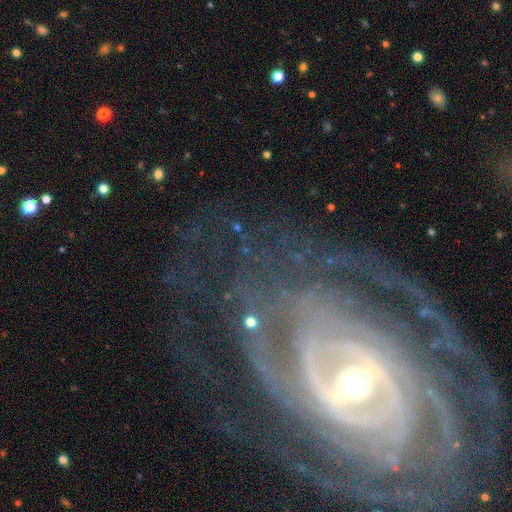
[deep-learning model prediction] A featured or disk galaxy (89%) with a strong bar (46%), tight (73%) spiral arms (95%) and a moderate central bulge (53%). Merging: none (71%).